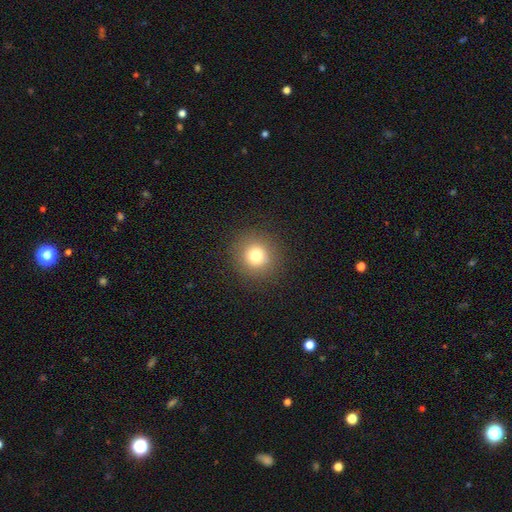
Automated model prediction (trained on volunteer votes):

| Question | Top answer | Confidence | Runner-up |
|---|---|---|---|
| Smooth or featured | smooth | 76% | star or artifact (14%) |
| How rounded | round | 93% | in between (6%) |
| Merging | none | 90% | minor disturbance (6%) |